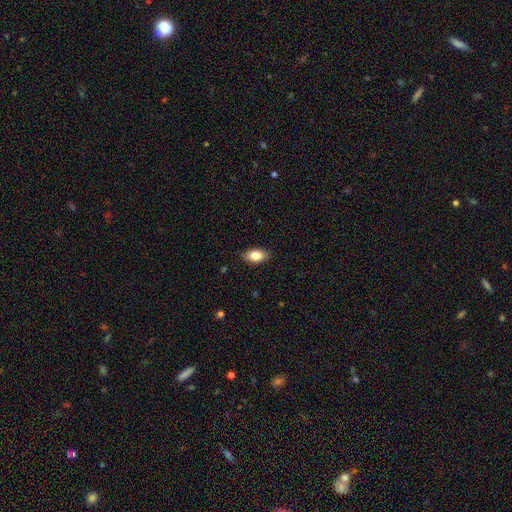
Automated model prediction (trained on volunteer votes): A smooth galaxy with no disk features (81%) that is in between round and cigar-shaped (88%). Merging: none (85%).